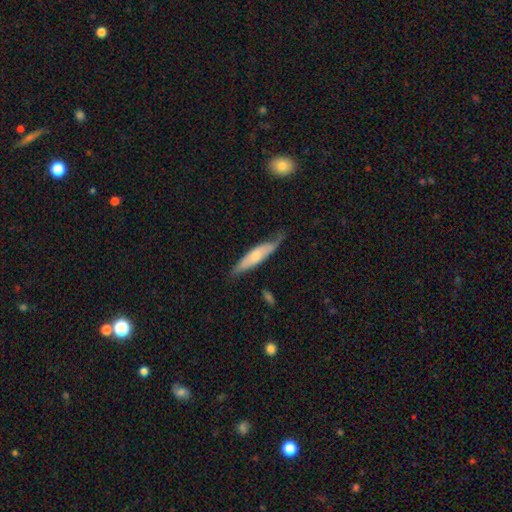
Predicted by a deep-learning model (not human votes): Q: Smooth or featured?
A: smooth (53%); runner-up: featured or disk (42%)
Q: How rounded?
A: cigar-shaped (73%); runner-up: in between (26%)
Q: Merging?
A: none (61%); runner-up: minor disturbance (30%)